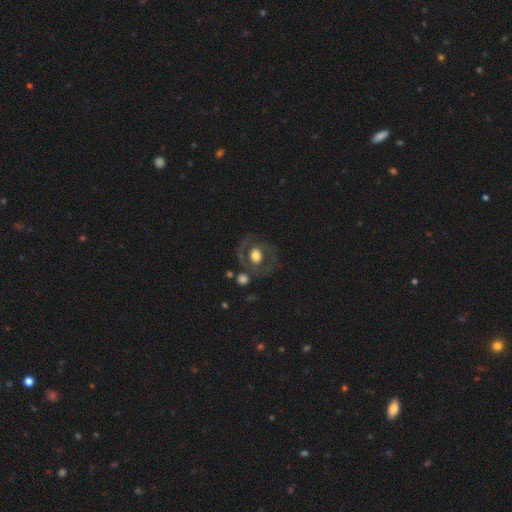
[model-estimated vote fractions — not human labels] Morphology: type=featured or disk (57%); edge-on=no (96%); bar=no (73%); spiral arms=no (59%); bulge=moderate (50%); merging=none (68%).